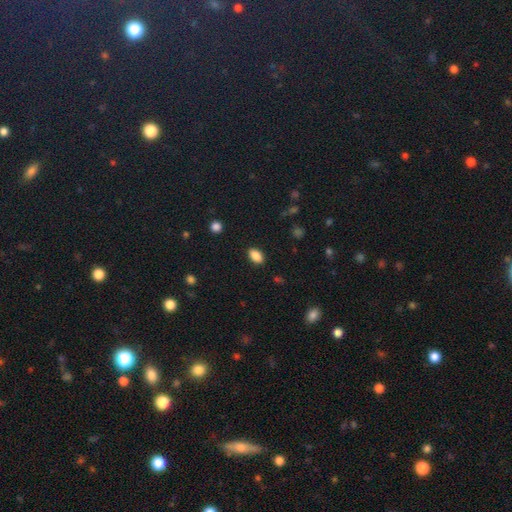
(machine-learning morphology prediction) smooth 88%, star or artifact 8%, featured or disk 4%. Down the decision tree: how rounded — in between (90%); merging — none (88%).